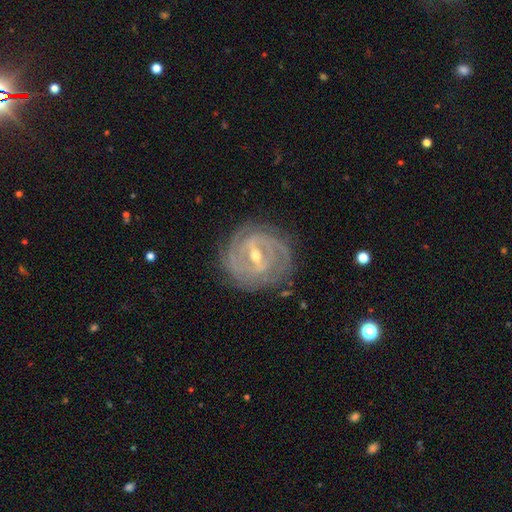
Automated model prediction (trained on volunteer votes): This is clearly a featured or disk galaxy (90%). It is clearly not viewed edge-on (95%). Bar: possibly strong (53%). Spiral arm pattern: clearly yes (96%). Spiral arm count: marginally 2 (27%). Spiral winding: likely tight (76%). Central bulge: possibly moderate (53%). Merging: clearly none (80%).